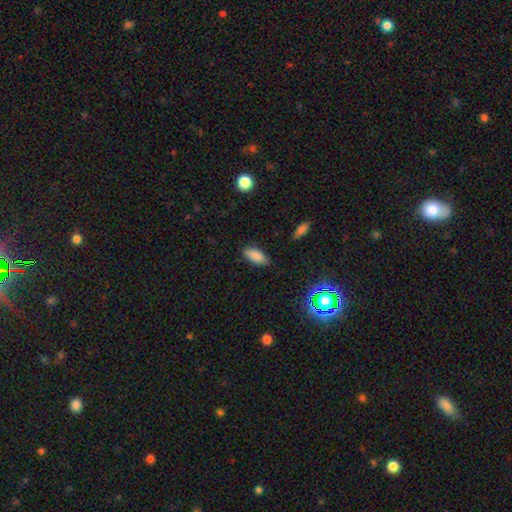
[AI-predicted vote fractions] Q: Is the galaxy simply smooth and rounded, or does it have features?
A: smooth — 85%.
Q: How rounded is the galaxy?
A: in between — 86%.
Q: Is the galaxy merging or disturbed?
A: none — 78%.